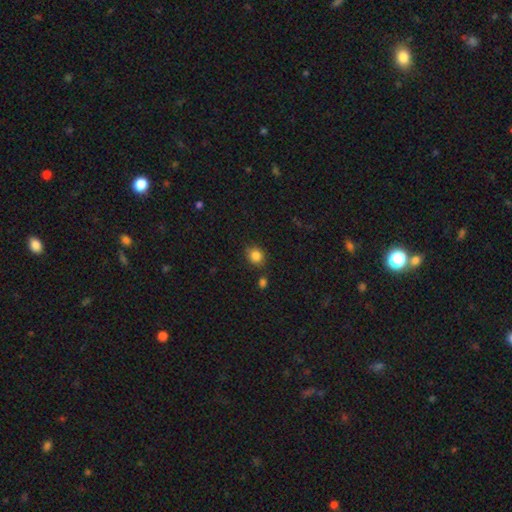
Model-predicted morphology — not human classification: Smooth or featured?
  - smooth: 85% *
  - star or artifact: 11%
  - featured or disk: 4%
How rounded?
  - round: 69% *
  - in between: 30%
  - cigar-shaped: 1%
Merging?
  - none: 78% *
  - minor disturbance: 13%
  - merger: 6%
  - major disturbance: 3%